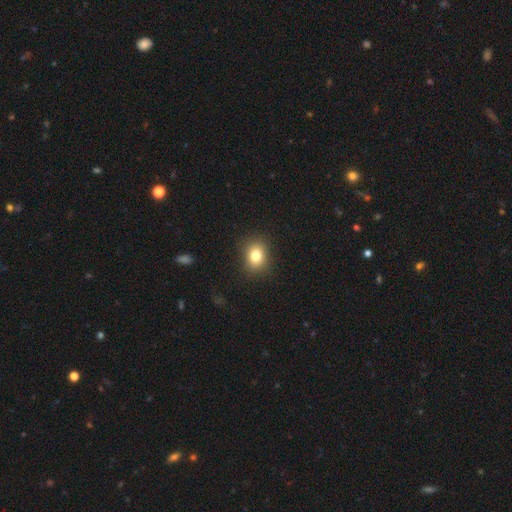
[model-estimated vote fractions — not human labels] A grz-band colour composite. It shows a smooth galaxy with no disk features (81%) that is round (57%). Merging: none (88%).